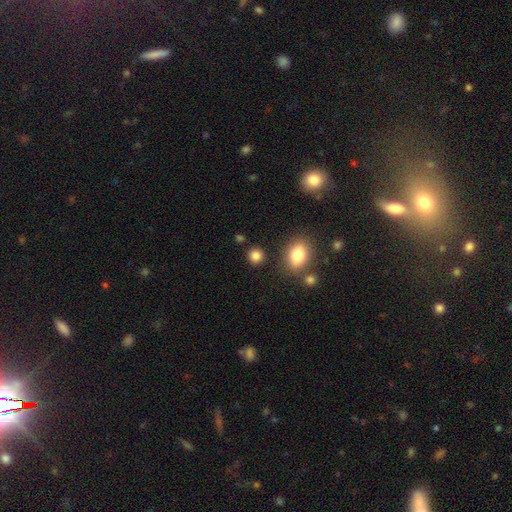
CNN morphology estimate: Smooth or featured: smooth — 85% (star or artifact — 11%)
How rounded: round — 86% (in between — 13%)
Merging: none — 85% (minor disturbance — 8%)